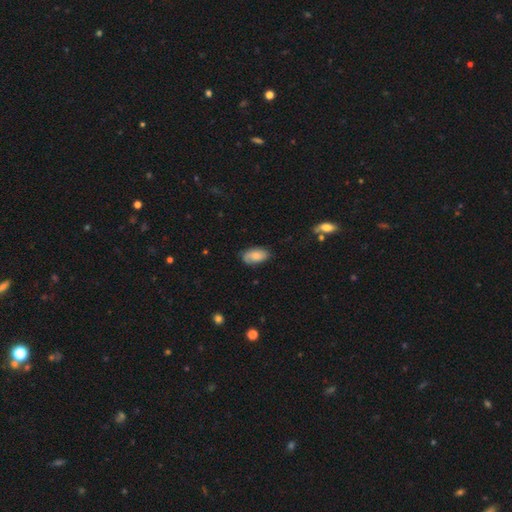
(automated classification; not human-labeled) Smooth or featured? smooth (67%)
How rounded? in between (93%)
Merging? none (69%)